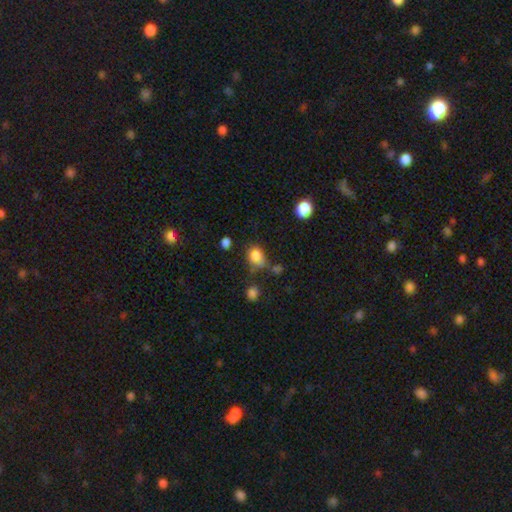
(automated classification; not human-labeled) smooth_or_featured: smooth (p=0.80) [alt: star or artifact p=0.12]
how_rounded: in between (p=0.55) [alt: round p=0.44]
merging: none (p=0.46) [alt: minor disturbance p=0.27]